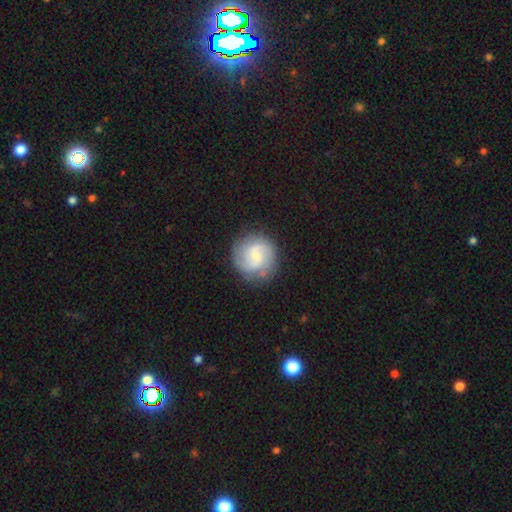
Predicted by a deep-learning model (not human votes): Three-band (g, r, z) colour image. It shows a featured or disk galaxy (67%) with a weak bar (51%), 2 (72%) medium (47%) spiral arms (92%) and a small central bulge (61%). Merging: none (77%).